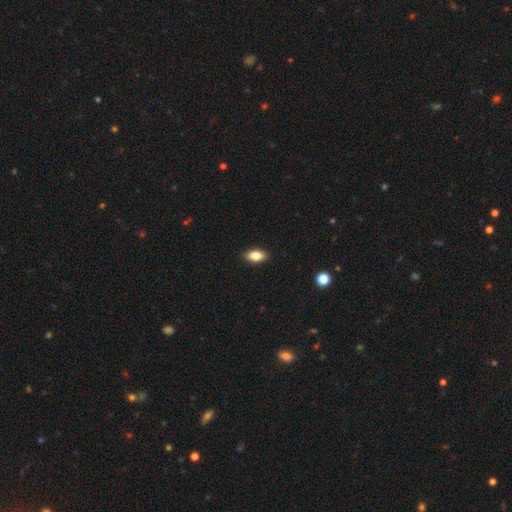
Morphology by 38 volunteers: Smooth or featured: smooth — 84% (featured or disk — 8%)
How rounded: in between — 91% (round — 9%)
Merging: none — 91% (minor disturbance — 9%)